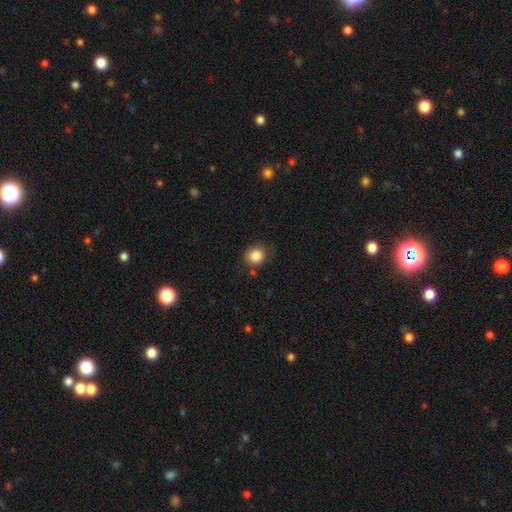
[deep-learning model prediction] Overall: smooth (85%). How rounded: round (83%). Merging: none (75%).